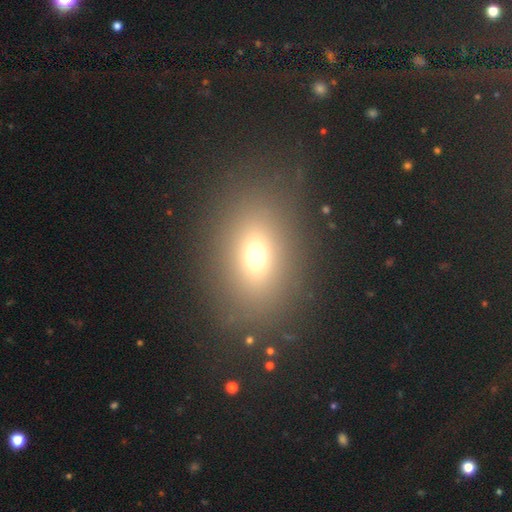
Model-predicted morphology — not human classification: Smooth or featured? Predicted: smooth (p=0.66). How rounded? Predicted: in between (p=0.66). Merging? Predicted: none (p=0.83).